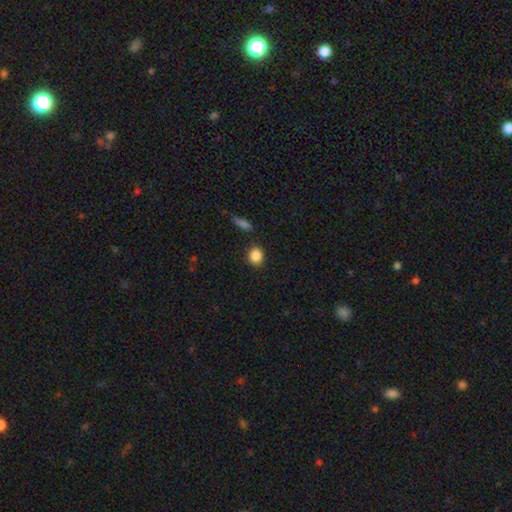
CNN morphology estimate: Smooth or featured? smooth (87%)
How rounded? round (71%)
Merging? none (87%)